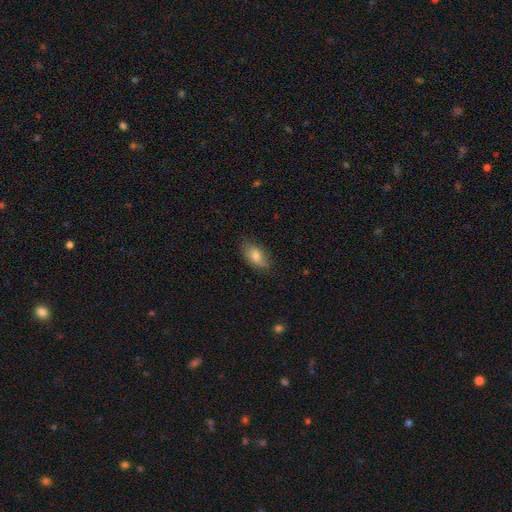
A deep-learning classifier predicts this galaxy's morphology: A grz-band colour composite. It shows a smooth galaxy with no disk features (79%) that is in between round and cigar-shaped (89%). Merging: none (78%).